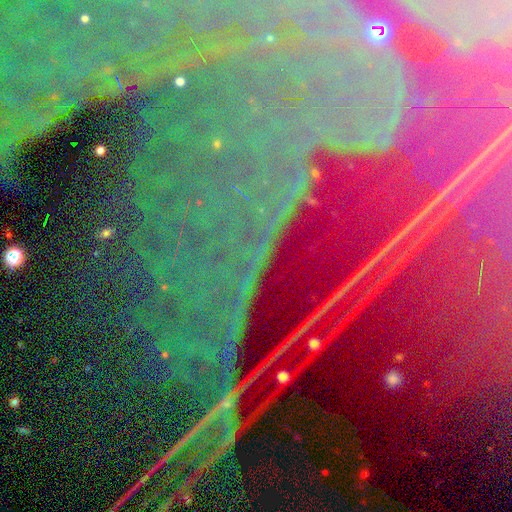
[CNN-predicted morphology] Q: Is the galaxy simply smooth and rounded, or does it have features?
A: star or artifact — 88%.